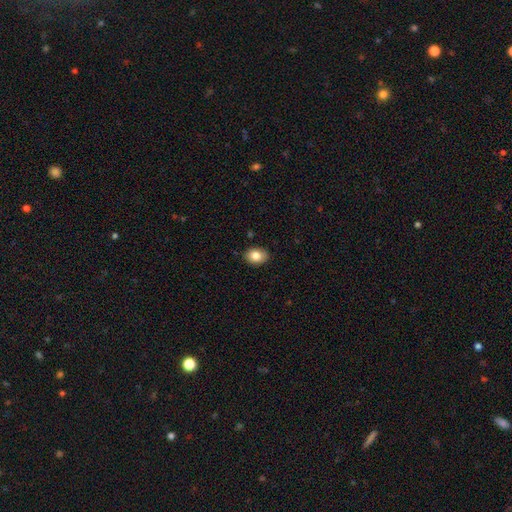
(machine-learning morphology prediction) A smooth galaxy with no disk features (84%) that is in between round and cigar-shaped (70%).

Vote fractions:
- Smooth or featured? smooth: 84% / star or artifact: 8% / featured or disk: 8%
- How rounded? in between: 70% / round: 29% / cigar-shaped: 1%
- Merging? none: 87% / minor disturbance: 10% / major disturbance: 2% / merger: 1%